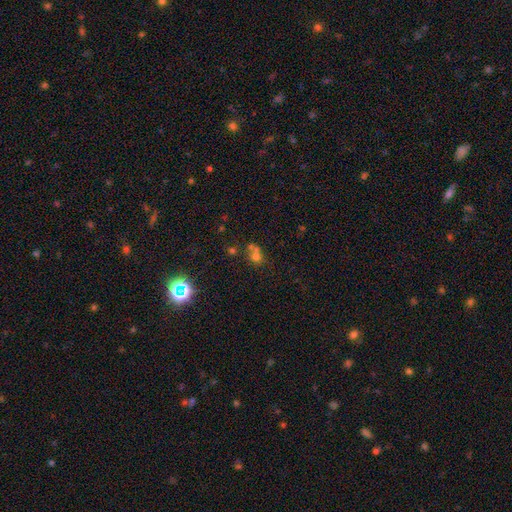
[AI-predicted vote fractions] Overall: smooth (56%; star or artifact 28%). How rounded: round (80%). Merging: merger (45%; none 42%).